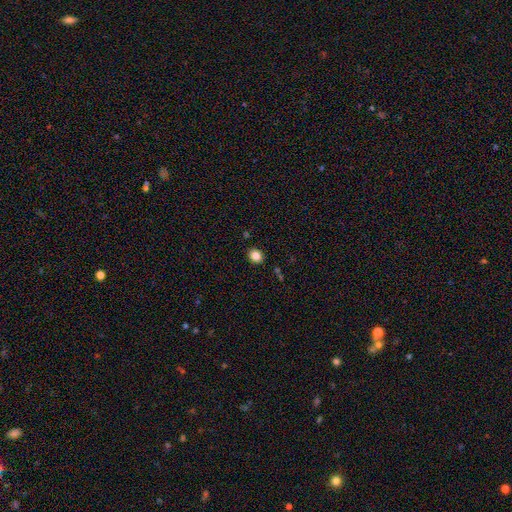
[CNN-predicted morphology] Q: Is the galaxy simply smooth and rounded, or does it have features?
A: smooth — 84%.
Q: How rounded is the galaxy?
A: round — 68%.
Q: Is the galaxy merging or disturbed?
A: none — 89%.